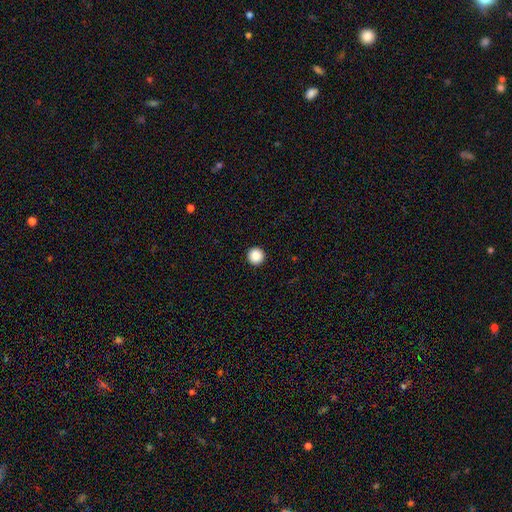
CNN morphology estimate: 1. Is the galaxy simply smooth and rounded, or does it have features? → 89% smooth, 9% star or artifact, 2% featured or disk.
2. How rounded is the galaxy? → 97% round, 2% in between, 1% cigar-shaped.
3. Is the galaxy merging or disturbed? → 94% none, 4% minor disturbance, 1% major disturbance, 1% merger.